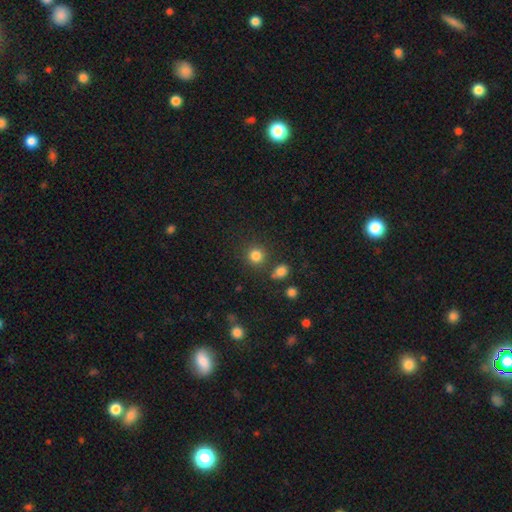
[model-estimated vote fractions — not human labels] Q: Smooth or featured?
A: smooth (82%); runner-up: star or artifact (13%)
Q: How rounded?
A: round (92%); runner-up: in between (8%)
Q: Merging?
A: none (81%); runner-up: minor disturbance (8%)